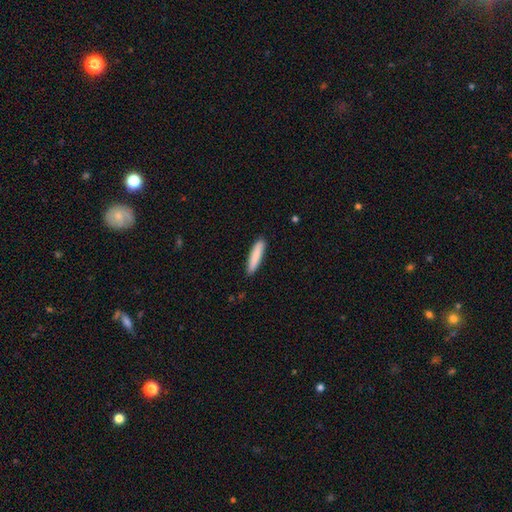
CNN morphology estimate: A smooth galaxy with no disk features (86%) that is cigar-shaped (87%). Merging: none (89%).